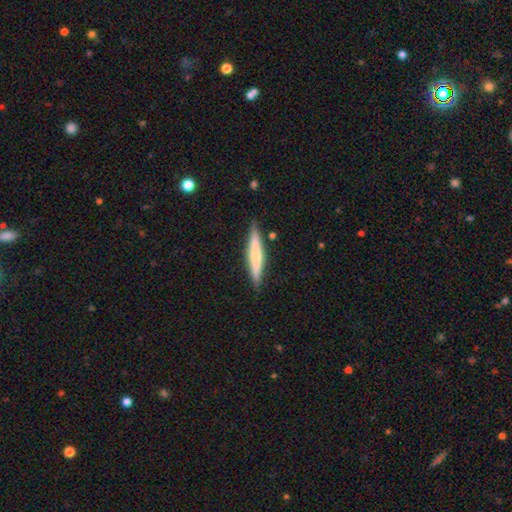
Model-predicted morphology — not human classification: Q: Smooth or featured?
A: smooth (47%); tied with: featured or disk (47%)
Q: Merging?
A: none (87%); runner-up: minor disturbance (9%)